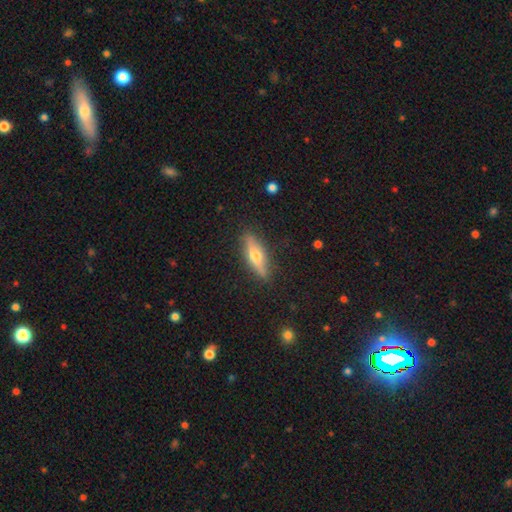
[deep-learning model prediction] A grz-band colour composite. It shows a featured or disk galaxy (48%). Merging: none (85%).